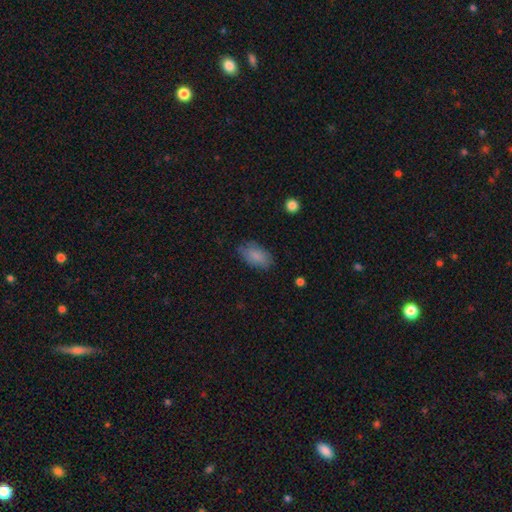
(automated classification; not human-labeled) Smooth or featured? smooth (85%)
How rounded? in between (93%)
Merging? none (77%)